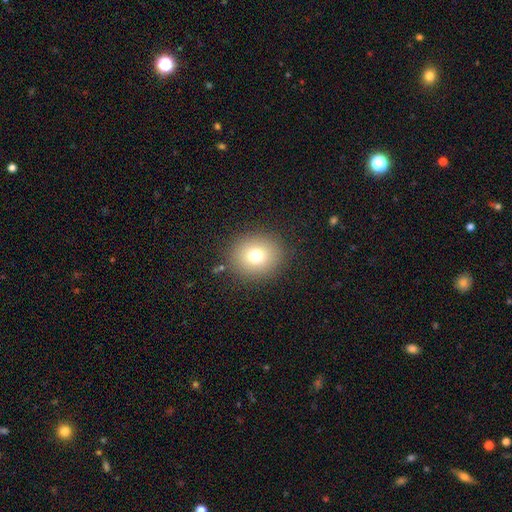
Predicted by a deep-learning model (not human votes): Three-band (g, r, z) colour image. It shows a smooth galaxy with no disk features (75%) that is round (77%). Merging: none (88%).